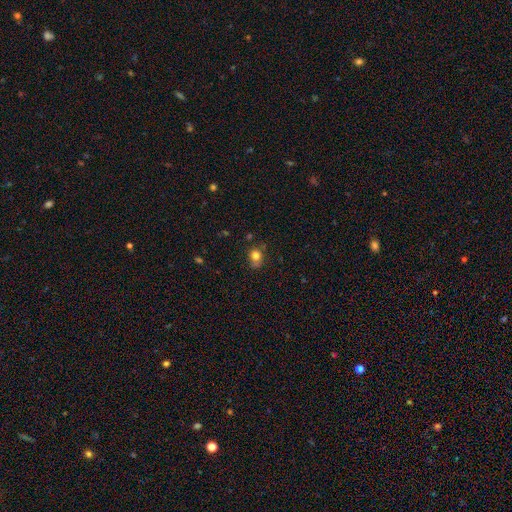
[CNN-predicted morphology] Q: Smooth or featured?
A: smooth (78%); runner-up: star or artifact (13%)
Q: How rounded?
A: round (68%); runner-up: in between (30%)
Q: Merging?
A: none (59%); runner-up: minor disturbance (26%)